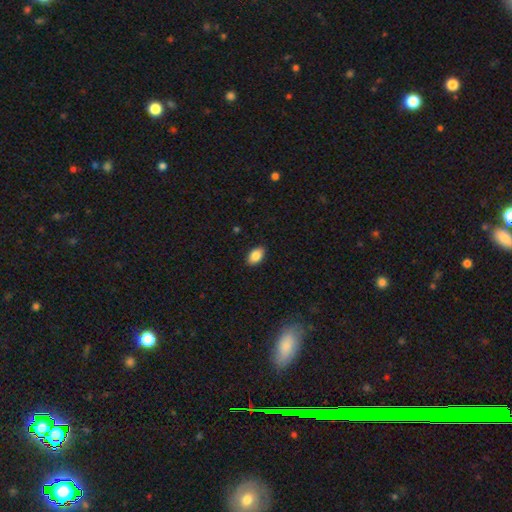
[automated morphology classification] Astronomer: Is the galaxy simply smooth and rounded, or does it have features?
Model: smooth — 86%.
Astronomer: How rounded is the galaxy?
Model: in between — 90%.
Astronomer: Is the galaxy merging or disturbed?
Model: none — 88%.